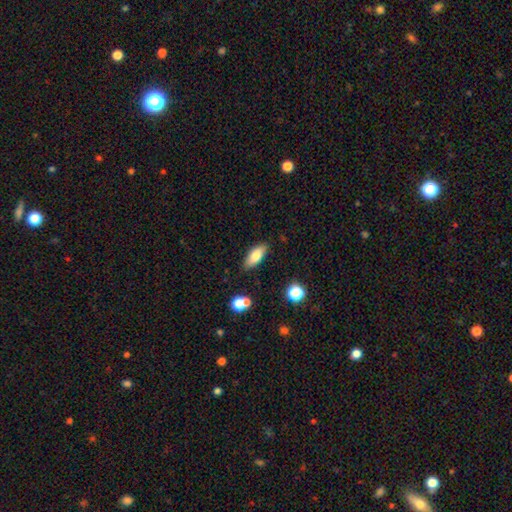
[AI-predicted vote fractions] A smooth galaxy with no disk features (78%) that is in between round and cigar-shaped (79%). Merging: none (82%).